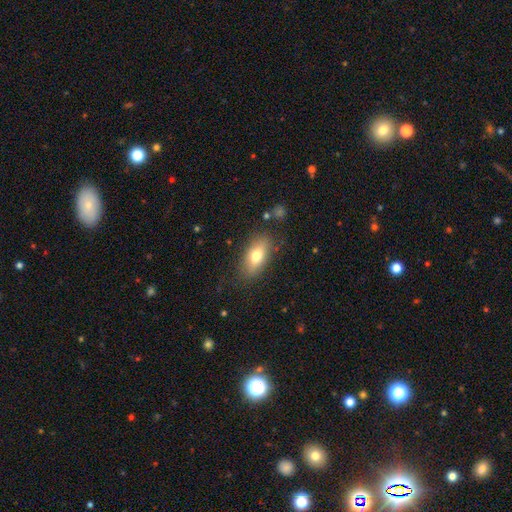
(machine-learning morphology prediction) Smooth or featured? Predicted: smooth (p=0.72). How rounded? Predicted: in between (p=0.83). Merging? Predicted: none (p=0.81).